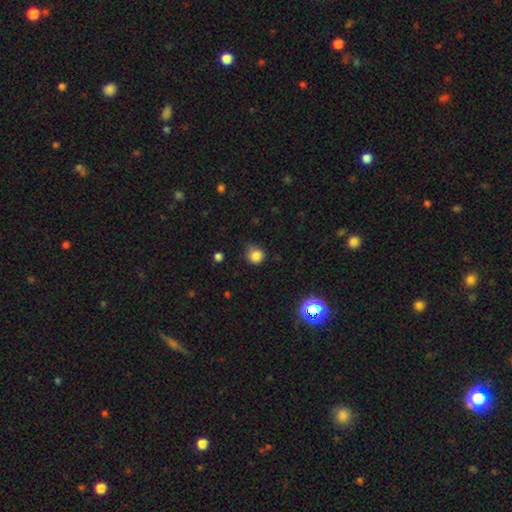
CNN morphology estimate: The model was most divided on "merging": none: 64%, minor disturbance: 28%, major disturbance: 6%, merger: 2%. More confident: how rounded — round (86%); smooth or featured — smooth (82%).